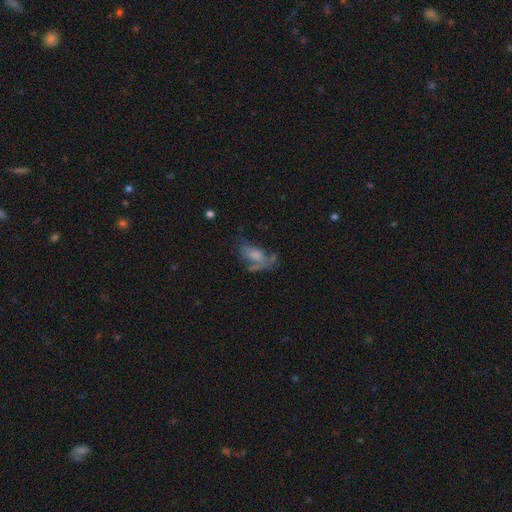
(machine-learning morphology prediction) The model was most divided on "merging": major disturbance: 33%, none: 32%, minor disturbance: 24%, merger: 11%. More confident: how rounded — in between (84%); smooth or featured — smooth (50%).